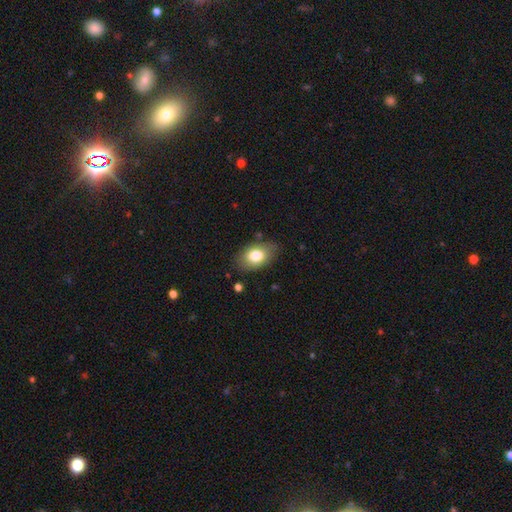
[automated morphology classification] Smooth or featured? Predicted: smooth (p=0.78). How rounded? Predicted: in between (p=0.87). Merging? Predicted: none (p=0.81).